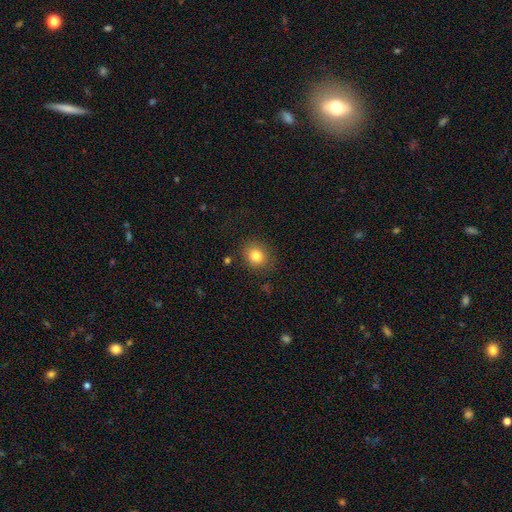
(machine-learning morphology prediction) Smooth or featured: smooth — 81% (star or artifact — 11%)
How rounded: round — 79% (in between — 20%)
Merging: none — 85% (minor disturbance — 10%)